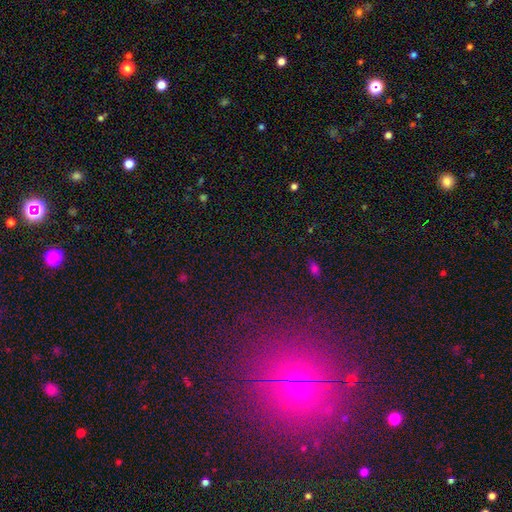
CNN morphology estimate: This appears to be a star or artifact, not a galaxy (67%).